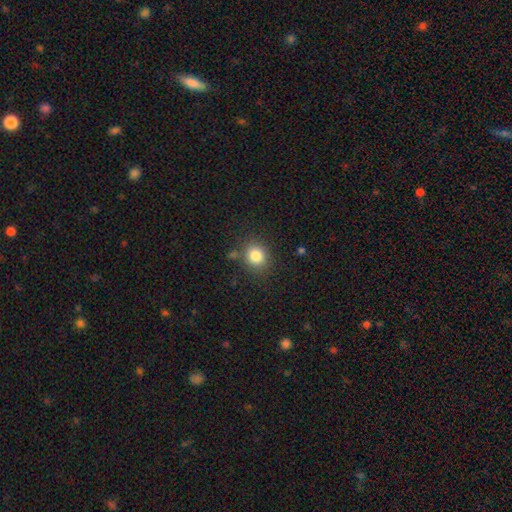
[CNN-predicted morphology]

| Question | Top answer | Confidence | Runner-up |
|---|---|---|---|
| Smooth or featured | smooth | 83% | star or artifact (11%) |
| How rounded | round | 79% | in between (20%) |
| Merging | none | 81% | minor disturbance (11%) |